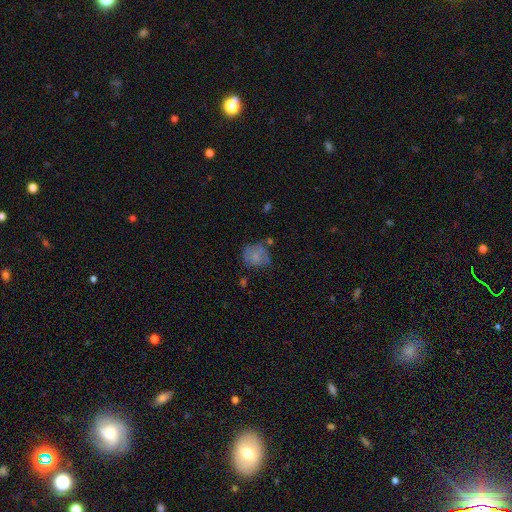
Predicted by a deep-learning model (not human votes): smooth-or-featured: smooth: 64% | featured or disk: 24% | star or artifact: 12%
  how-rounded: round: 65% | in between: 34% | cigar-shaped: 1%
  merging: none: 47% | minor disturbance: 28% | major disturbance: 17% | merger: 8%